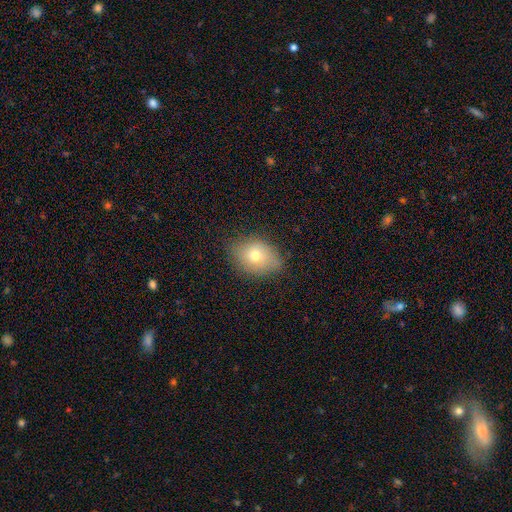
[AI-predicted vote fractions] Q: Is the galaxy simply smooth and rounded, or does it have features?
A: smooth — 71%.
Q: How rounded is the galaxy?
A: in between — 66%.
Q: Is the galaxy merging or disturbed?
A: none — 77%.